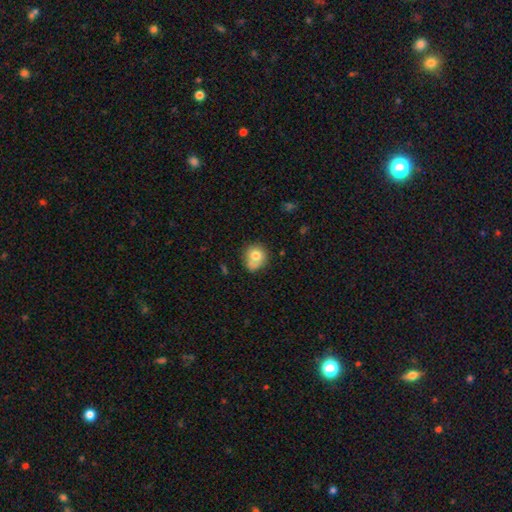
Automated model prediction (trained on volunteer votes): A smooth galaxy with no disk features (75%) that is round (79%).

Vote fractions:
- Smooth or featured? smooth: 75% / featured or disk: 16% / star or artifact: 9%
- How rounded? round: 79% / in between: 20% / cigar-shaped: 1%
- Merging? none: 51% / minor disturbance: 25% / merger: 15% / major disturbance: 9%